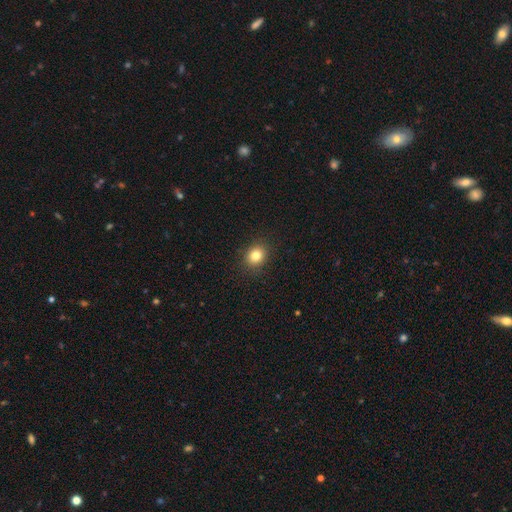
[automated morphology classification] Smooth or featured? Predicted: smooth (p=0.82). How rounded? Predicted: round (p=0.68). Merging? Predicted: none (p=0.90).